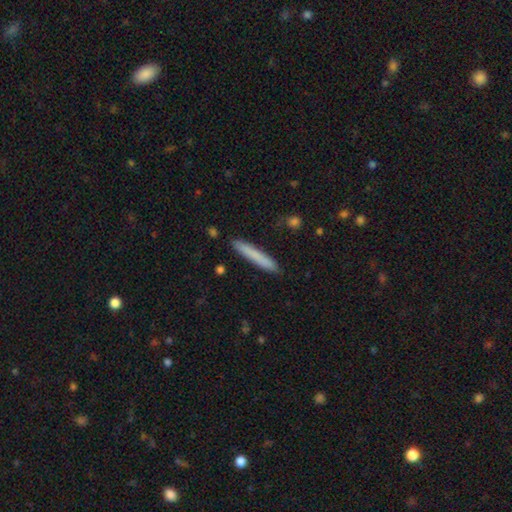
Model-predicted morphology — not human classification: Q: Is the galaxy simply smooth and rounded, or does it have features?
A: smooth — 79%.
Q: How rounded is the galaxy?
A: cigar-shaped — 96%.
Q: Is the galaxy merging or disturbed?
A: none — 90%.